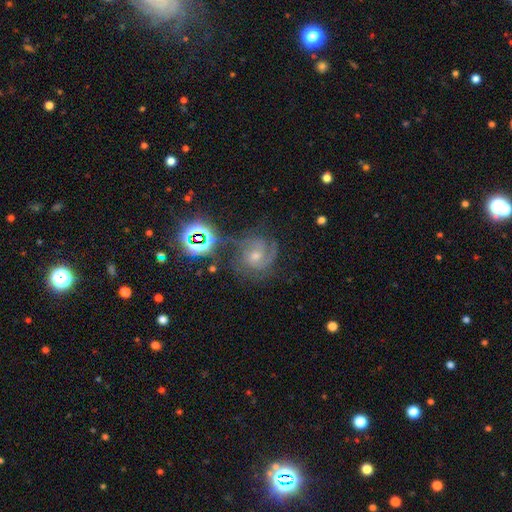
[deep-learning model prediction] This appears to be a featured or disk galaxy (68%) with no bar (65%), 2 (33%) tight (44%) spiral arms (92%) and a moderate central bulge (53%). Merging: none (57%).